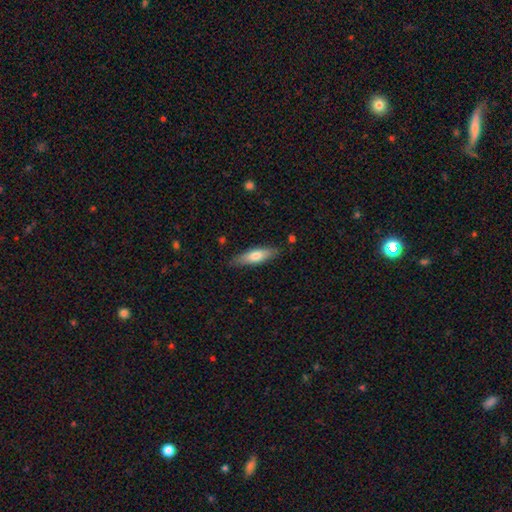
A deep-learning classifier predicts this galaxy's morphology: A smooth galaxy with no disk features (68%) that is cigar-shaped (56%).

Vote fractions:
- Smooth or featured? smooth: 68% / featured or disk: 26% / star or artifact: 5%
- How rounded? cigar-shaped: 56% / in between: 42% / round: 2%
- Merging? none: 83% / minor disturbance: 13% / major disturbance: 2% / merger: 1%